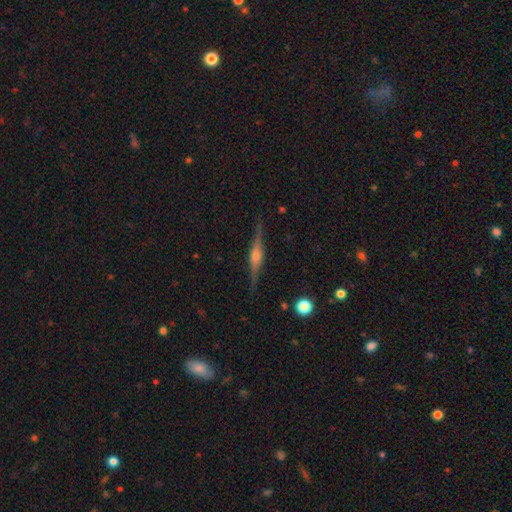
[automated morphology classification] type=featured or disk (81%); edge-on=yes (98%); edge-on bulge=rounded (81%); merging=none (89%).